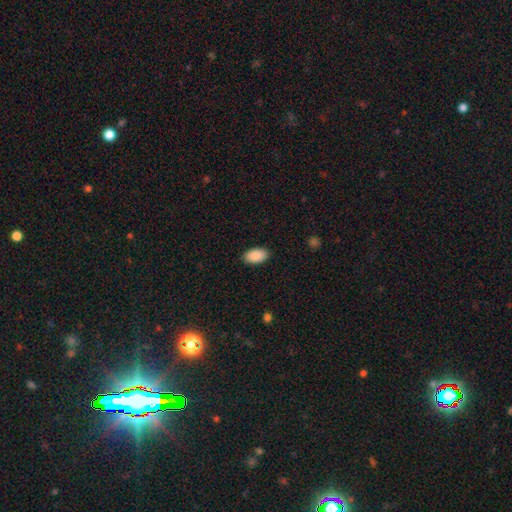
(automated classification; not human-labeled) This appears to be a smooth galaxy with no disk features (91%) that is in between round and cigar-shaped (94%). Merging: none (89%).